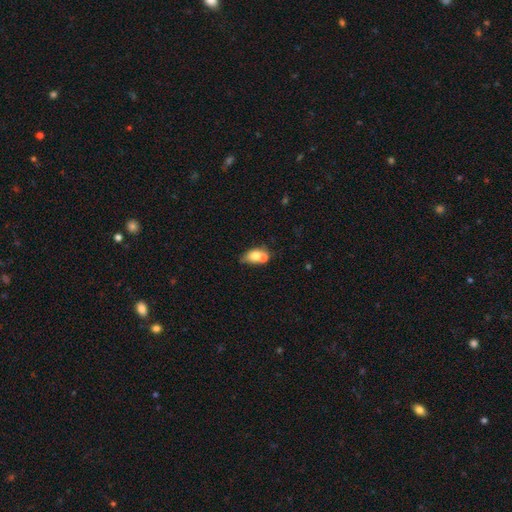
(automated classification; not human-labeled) smooth_or_featured: smooth (p=0.69) [alt: featured or disk p=0.22]
how_rounded: in between (p=0.76) [alt: round p=0.21]
merging: merger (p=0.52) [alt: none p=0.30]